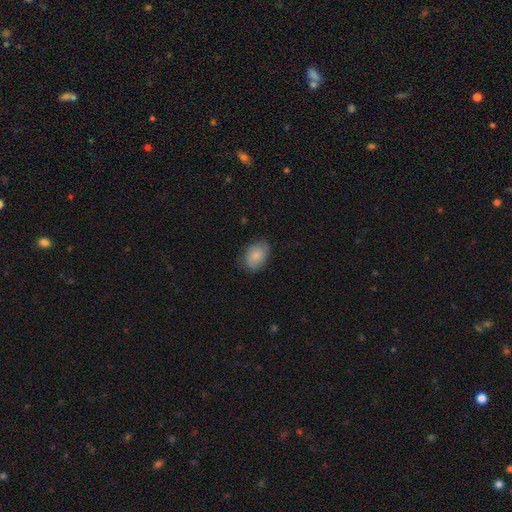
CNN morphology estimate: The model was most divided on "merging": none: 77%, minor disturbance: 18%, major disturbance: 4%, merger: 1%. More confident: smooth or featured — smooth (84%); how rounded — in between (83%).